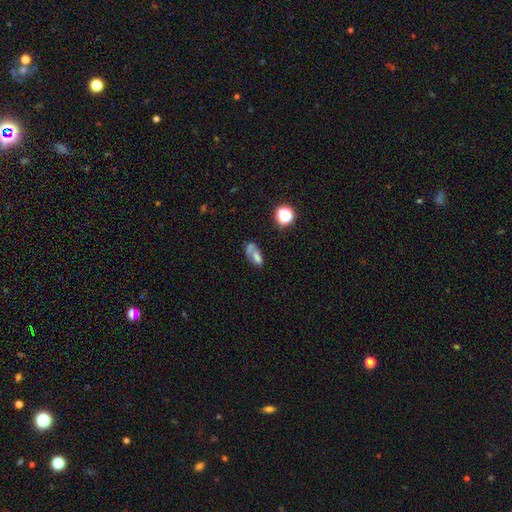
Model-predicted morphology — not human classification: smooth_or_featured: smooth (p=0.56) [alt: featured or disk p=0.28]
how_rounded: in between (p=0.82) [alt: round p=0.11]
merging: none (p=0.34) [alt: major disturbance p=0.25]